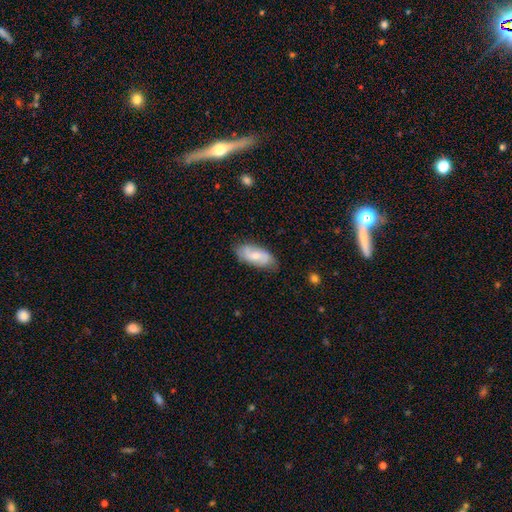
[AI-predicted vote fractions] This appears to be a smooth galaxy with no disk features (59%) that is in between round and cigar-shaped (87%). Merging: none (76%).